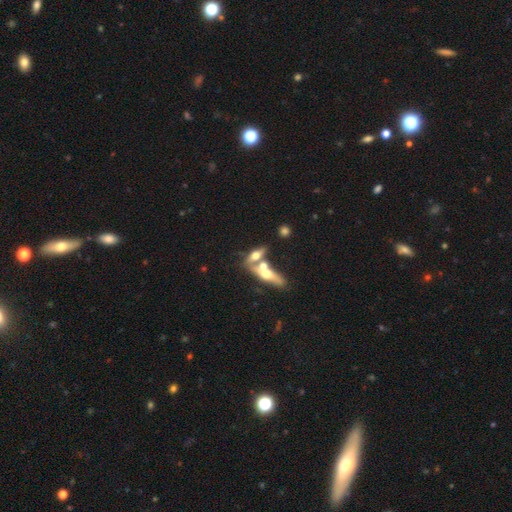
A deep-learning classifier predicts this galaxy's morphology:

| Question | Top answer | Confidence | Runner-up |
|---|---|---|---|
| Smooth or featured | featured or disk | 49% | smooth (43%) |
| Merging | merger | 59% | none (27%) |